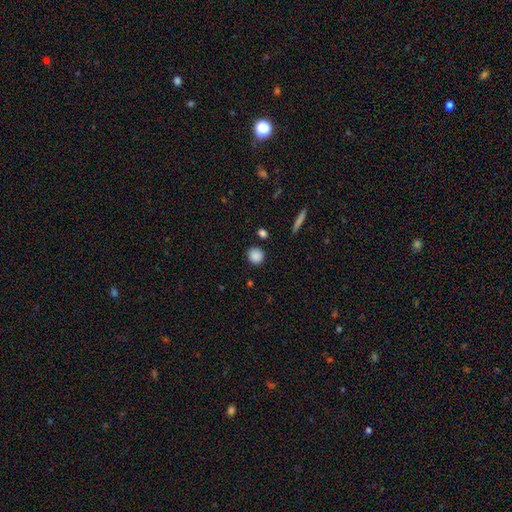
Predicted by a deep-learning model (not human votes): smooth_or_featured: smooth (p=0.87) [alt: star or artifact p=0.09]
how_rounded: round (p=0.90) [alt: in between p=0.09]
merging: none (p=0.88) [alt: minor disturbance p=0.07]